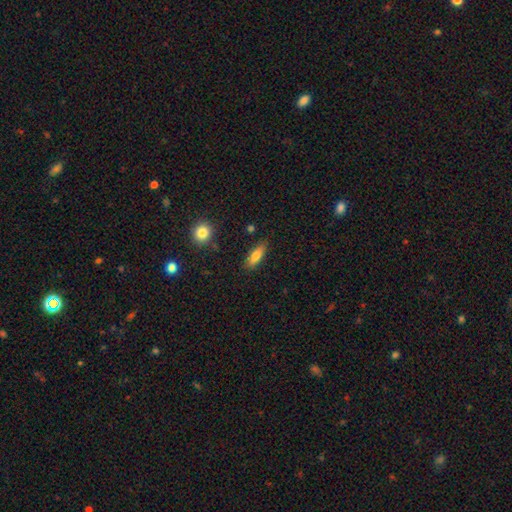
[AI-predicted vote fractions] Smooth or featured? Predicted: smooth (p=0.76). How rounded? Predicted: in between (p=0.54). Merging? Predicted: none (p=0.85).